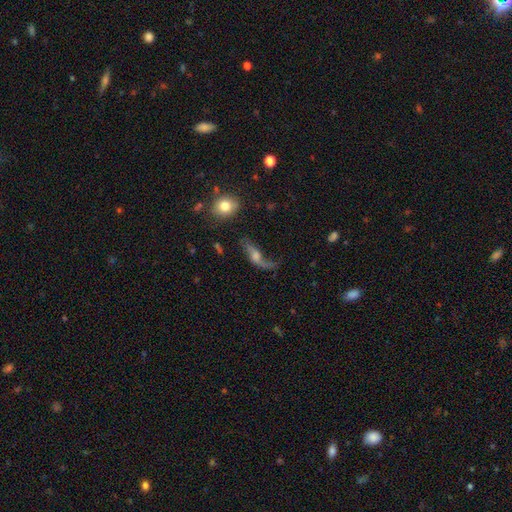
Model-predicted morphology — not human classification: A featured or disk galaxy (71%) with no bar (58%), spiral arms (85%) and a moderate central bulge (44%).

Vote fractions:
- Smooth or featured? featured or disk: 71% / smooth: 19% / star or artifact: 10%
- Edge-on disk? no: 82% / yes: 18%
- Bar? no: 58% / weak: 31% / strong: 11%
- Spiral arms? yes: 85% / no: 15%
- Bulge size? moderate: 44% / small: 36% / large: 9% / none: 9% / dominant: 3%
- Merging? none: 41% / major disturbance: 34% / minor disturbance: 20% / merger: 6%